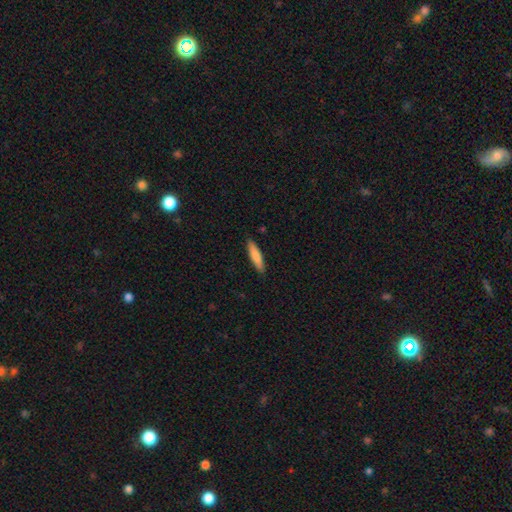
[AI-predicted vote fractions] Smooth or featured? Predicted: smooth (p=0.80). How rounded? Predicted: cigar-shaped (p=0.83). Merging? Predicted: none (p=0.89).